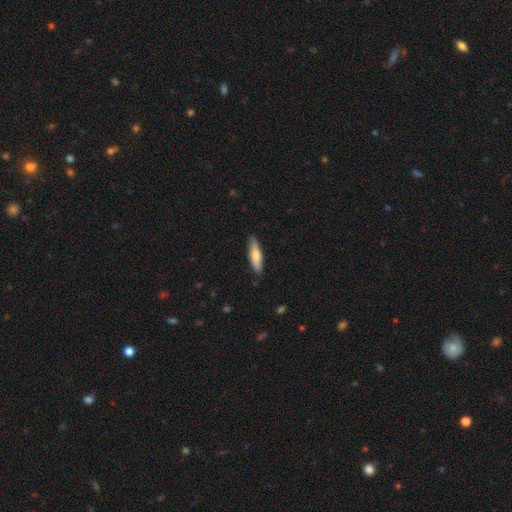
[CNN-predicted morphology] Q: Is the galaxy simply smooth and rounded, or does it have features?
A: smooth — 70%.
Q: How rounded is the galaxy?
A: cigar-shaped — 68%.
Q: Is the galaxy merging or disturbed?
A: none — 87%.